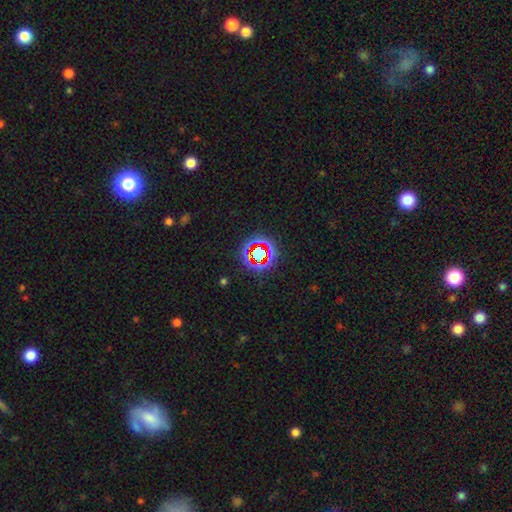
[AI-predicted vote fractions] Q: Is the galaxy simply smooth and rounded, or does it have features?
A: star or artifact — 70%.